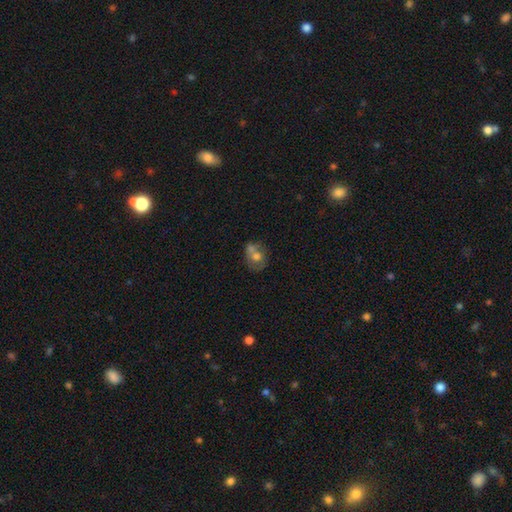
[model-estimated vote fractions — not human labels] smooth_or_featured: smooth (p=0.55) [alt: featured or disk p=0.35]
how_rounded: round (p=0.57) [alt: in between p=0.42]
merging: merger (p=0.43) [alt: none p=0.36]